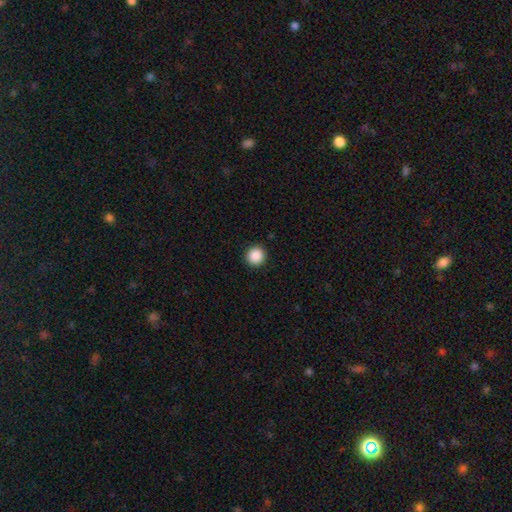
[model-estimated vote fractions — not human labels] smooth_or_featured: smooth (p=0.89) [alt: star or artifact p=0.09]
how_rounded: round (p=0.94) [alt: in between p=0.05]
merging: none (p=0.93) [alt: minor disturbance p=0.05]